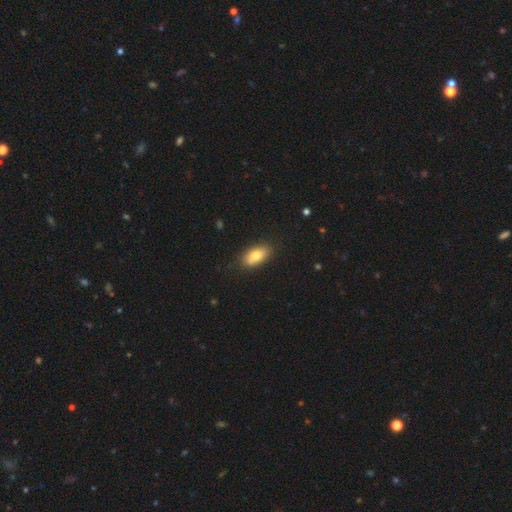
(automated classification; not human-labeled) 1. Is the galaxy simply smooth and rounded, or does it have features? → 75% smooth, 18% featured or disk, 8% star or artifact.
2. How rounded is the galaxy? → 89% in between, 6% cigar-shaped, 5% round.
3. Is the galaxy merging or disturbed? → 77% none, 15% minor disturbance, 5% merger, 3% major disturbance.